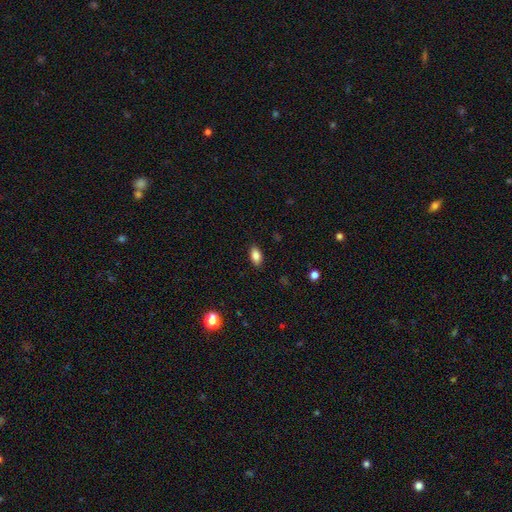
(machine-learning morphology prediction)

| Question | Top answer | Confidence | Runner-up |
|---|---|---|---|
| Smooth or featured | smooth | 84% | star or artifact (8%) |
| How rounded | in between | 89% | round (6%) |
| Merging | none | 88% | minor disturbance (9%) |